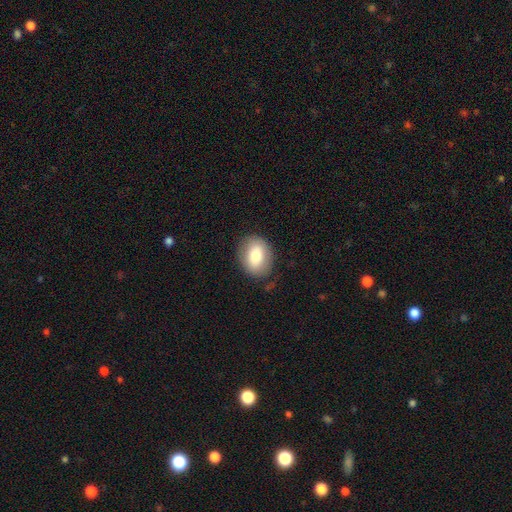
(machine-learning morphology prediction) The model was most divided on "how rounded": in between: 66%, round: 33%, cigar-shaped: 1%. More confident: merging — none (79%); smooth or featured — smooth (76%).